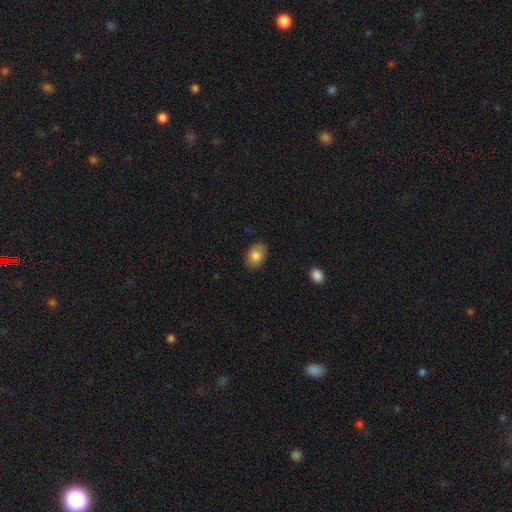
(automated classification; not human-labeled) Morphology: type=smooth (83%); roundness=in between (78%); merging=none (83%).